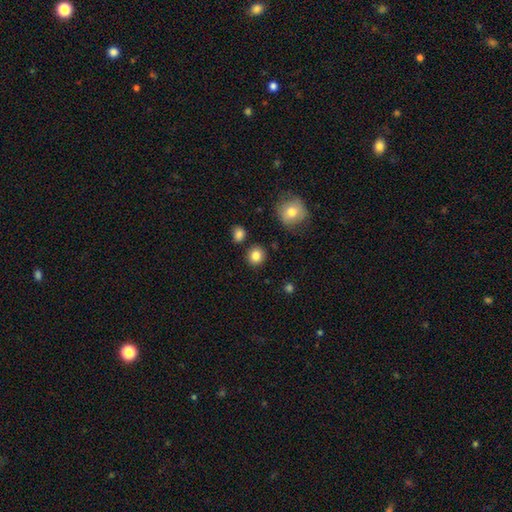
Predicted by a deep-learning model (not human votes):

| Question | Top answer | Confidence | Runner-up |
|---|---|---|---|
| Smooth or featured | smooth | 84% | star or artifact (10%) |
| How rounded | round | 87% | in between (12%) |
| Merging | none | 87% | minor disturbance (7%) |